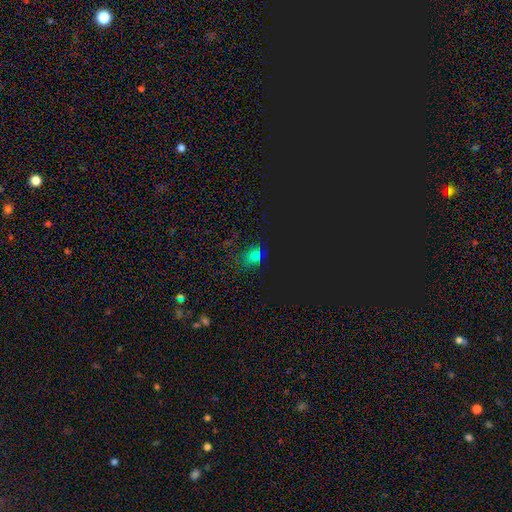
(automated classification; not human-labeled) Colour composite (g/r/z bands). It shows a smooth galaxy with no disk features (49%). Merging: none (69%).